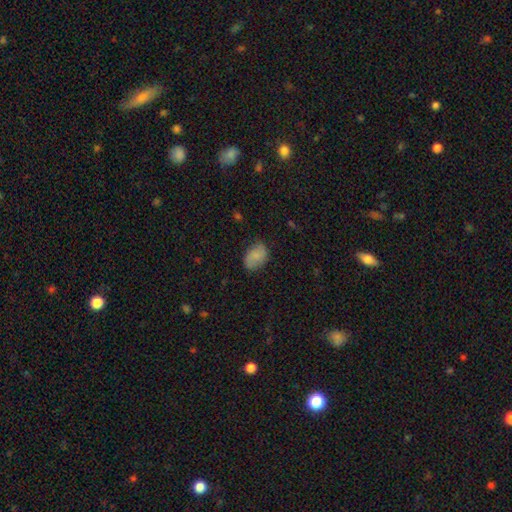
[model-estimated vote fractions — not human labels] smooth_or_featured: smooth (p=0.72) [alt: featured or disk p=0.19]
how_rounded: in between (p=0.84) [alt: round p=0.15]
merging: none (p=0.71) [alt: minor disturbance p=0.22]